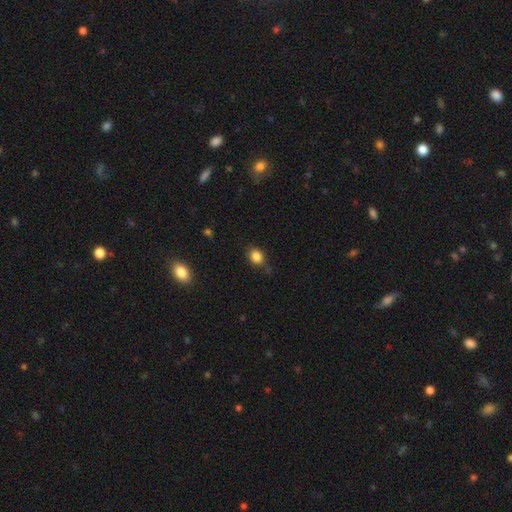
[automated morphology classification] Smooth or featured: smooth — 85% (star or artifact — 11%)
How rounded: round — 60% (in between — 39%)
Merging: none — 77% (minor disturbance — 16%)